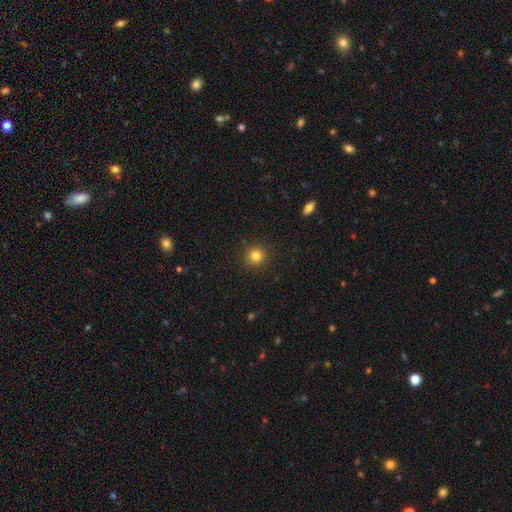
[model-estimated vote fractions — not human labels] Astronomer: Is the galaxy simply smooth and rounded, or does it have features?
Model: smooth — 82%.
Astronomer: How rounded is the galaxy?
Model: round — 93%.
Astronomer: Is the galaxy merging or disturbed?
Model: none — 91%.